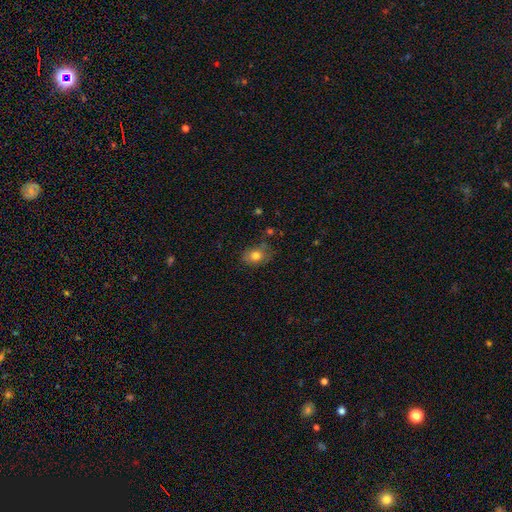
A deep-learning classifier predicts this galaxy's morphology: The model was most divided on "how rounded": in between: 62%, round: 37%, cigar-shaped: 1%. More confident: smooth or featured — smooth (78%); merging — none (70%).